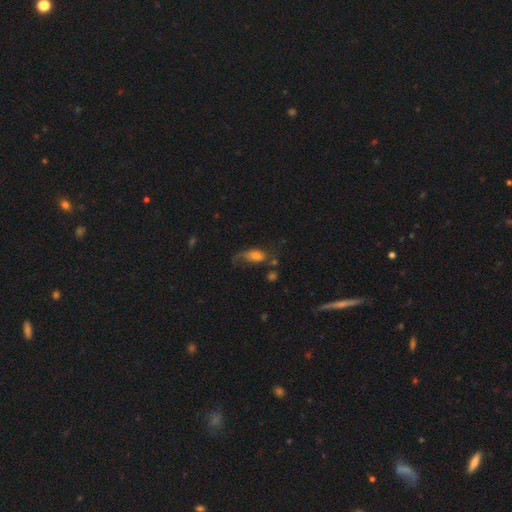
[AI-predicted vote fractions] Q: Smooth or featured?
A: smooth (49%); runner-up: featured or disk (39%)
Q: Merging?
A: none (35%); runner-up: major disturbance (34%)